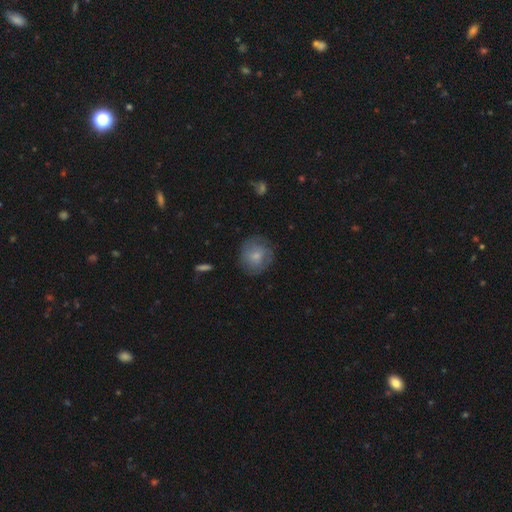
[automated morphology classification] Smooth or featured: smooth — 64% (featured or disk — 29%)
How rounded: round — 88% (in between — 11%)
Merging: none — 74% (minor disturbance — 18%)